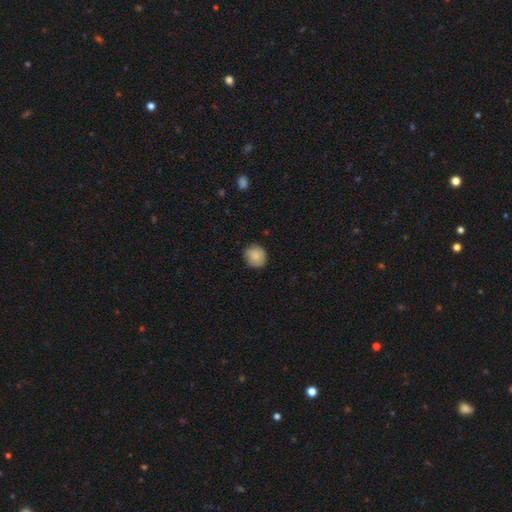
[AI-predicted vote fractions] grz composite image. It shows a smooth galaxy with no disk features (86%) that is round (84%). Merging: none (83%).